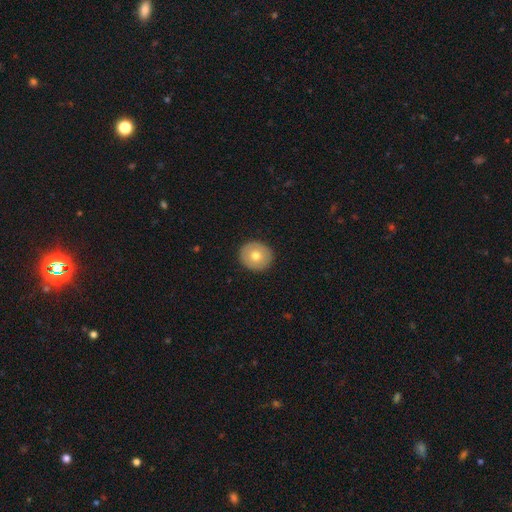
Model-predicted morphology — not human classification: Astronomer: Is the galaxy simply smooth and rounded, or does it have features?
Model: smooth — 69%.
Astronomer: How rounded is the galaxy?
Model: round — 88%.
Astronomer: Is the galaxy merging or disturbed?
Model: none — 92%.